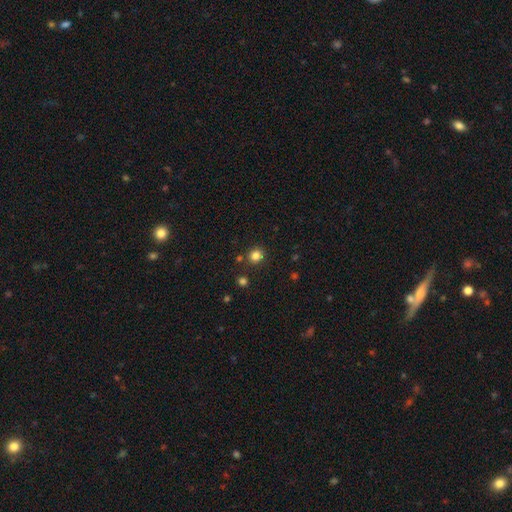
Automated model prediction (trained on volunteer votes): Smooth or featured? Predicted: smooth (p=0.82). How rounded? Predicted: round (p=0.86). Merging? Predicted: none (p=0.85).